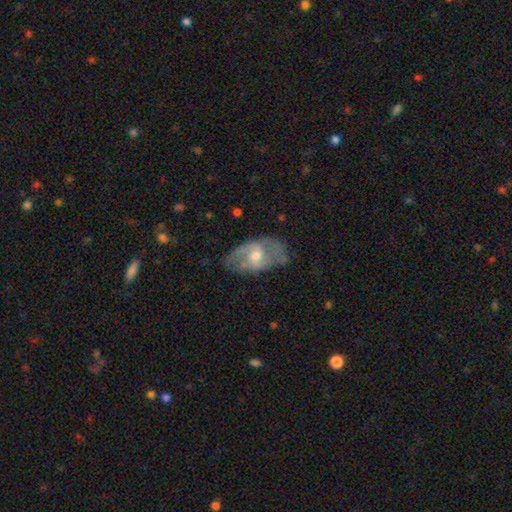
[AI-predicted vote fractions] smooth-or-featured: featured or disk: 67% | smooth: 26% | star or artifact: 8%
  disk-edge-on: no: 92% | yes: 8%
    bar: no: 47% | weak: 42% | strong: 11%
    has-spiral-arms: yes: 70% | no: 30%
    bulge-size: moderate: 61% | small: 32% | large: 4% | none: 2% | dominant: 1%
  merging: none: 63% | minor disturbance: 25% | major disturbance: 11% | merger: 2%